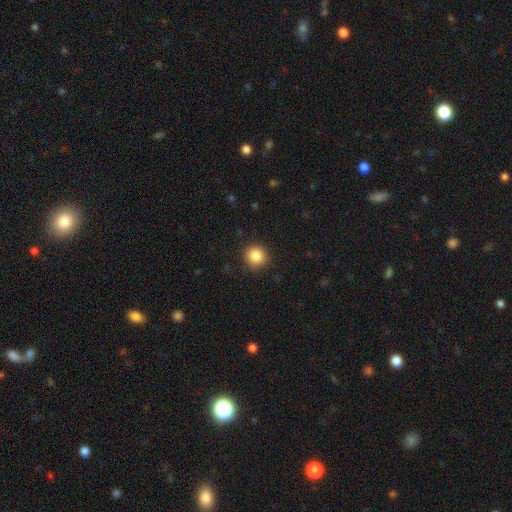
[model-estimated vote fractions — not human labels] The model was most divided on "smooth or featured": smooth: 86%, star or artifact: 10%, featured or disk: 5%. More confident: how rounded — round (93%); merging — none (89%).